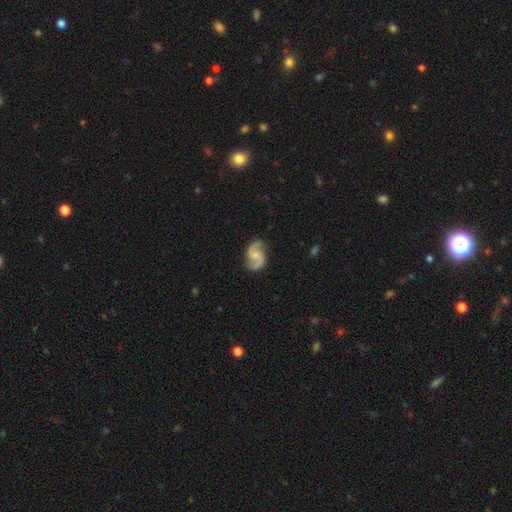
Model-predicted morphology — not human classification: This is clearly a featured or disk galaxy (90%). It is clearly not viewed edge-on (98%). Bar: possibly no (51%). Spiral arm pattern: clearly yes (98%). Spiral arm count: clearly 2 (94%). Spiral winding: possibly medium (55%). Central bulge: marginally small (43%). Merging: clearly none (83%).